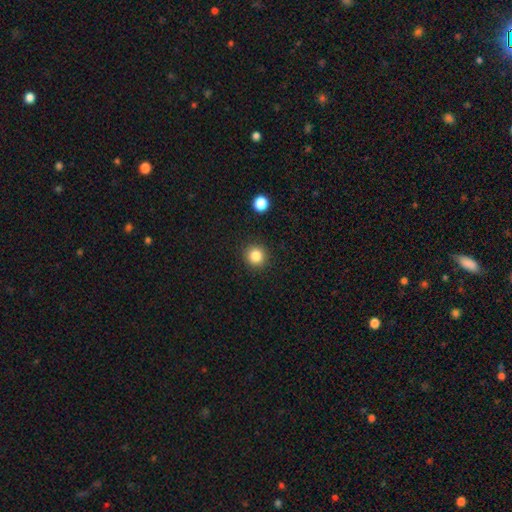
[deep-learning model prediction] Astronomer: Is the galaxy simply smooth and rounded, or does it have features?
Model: smooth — 84%.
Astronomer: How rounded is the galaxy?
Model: round — 94%.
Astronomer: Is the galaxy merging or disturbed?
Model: none — 91%.